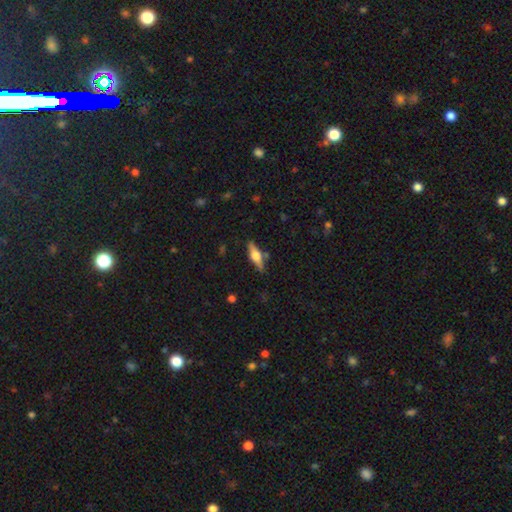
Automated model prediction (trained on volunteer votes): featured or disk 54%, smooth 40%, star or artifact 6%. Down the decision tree: edge-on disk — yes (94%); edge-on bulge — rounded (92%); merging — none (83%).